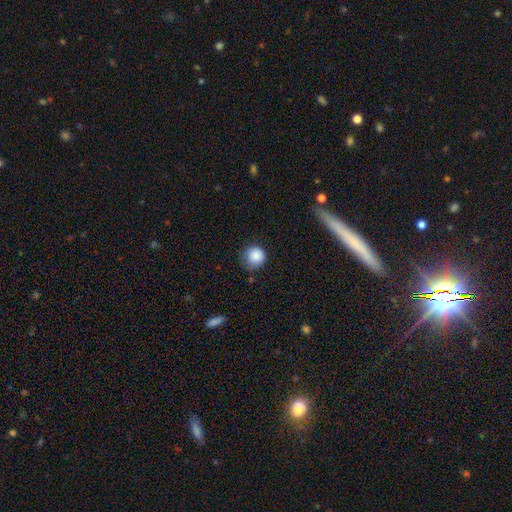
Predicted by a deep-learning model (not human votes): A smooth galaxy with no disk features (87%) that is round (93%). Merging: none (71%).